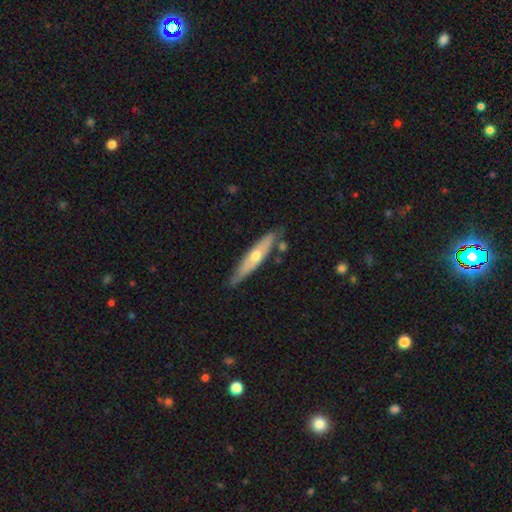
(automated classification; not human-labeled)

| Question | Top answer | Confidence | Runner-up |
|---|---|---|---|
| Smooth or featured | featured or disk | 55% | smooth (40%) |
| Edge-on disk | yes | 79% | no (21%) |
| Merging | none | 77% | minor disturbance (16%) |